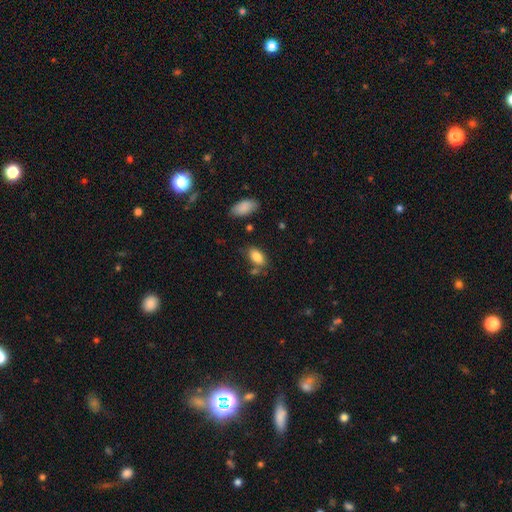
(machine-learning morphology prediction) Smooth or featured? smooth (86%)
How rounded? in between (92%)
Merging? none (68%)